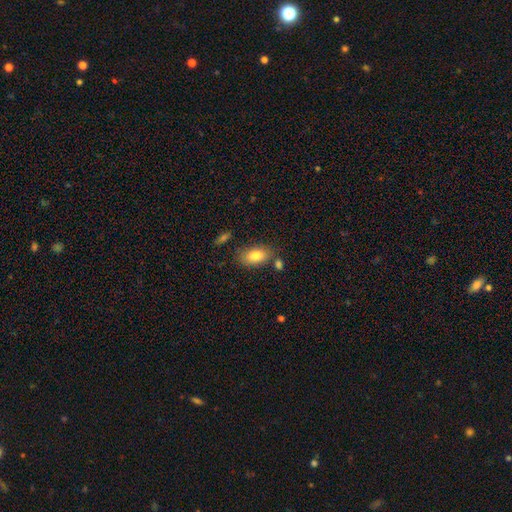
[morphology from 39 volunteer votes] This is clearly a smooth galaxy (90%). How rounded: clearly in between (94%). Merging: clearly none (84%).